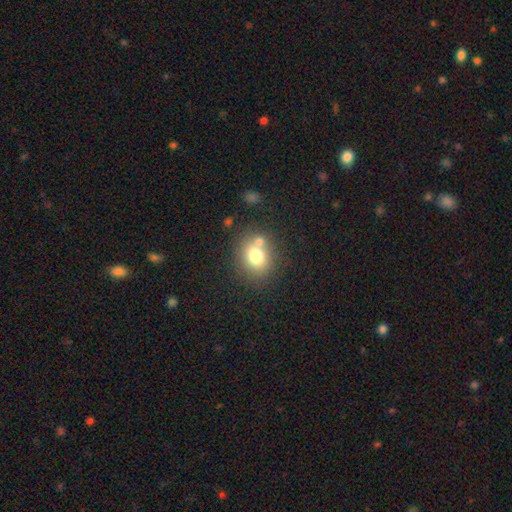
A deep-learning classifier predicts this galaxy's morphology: Smooth or featured?
  - smooth: 74% *
  - featured or disk: 15%
  - star or artifact: 11%
How rounded?
  - round: 62% *
  - in between: 37%
  - cigar-shaped: 1%
Merging?
  - none: 59% *
  - merger: 24%
  - minor disturbance: 13%
  - major disturbance: 5%